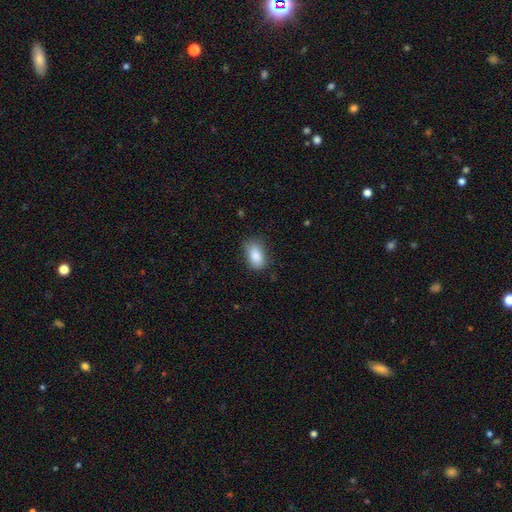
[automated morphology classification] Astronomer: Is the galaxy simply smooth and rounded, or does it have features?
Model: smooth — 87%.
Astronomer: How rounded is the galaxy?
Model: in between — 90%.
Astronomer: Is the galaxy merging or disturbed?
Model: none — 72%.